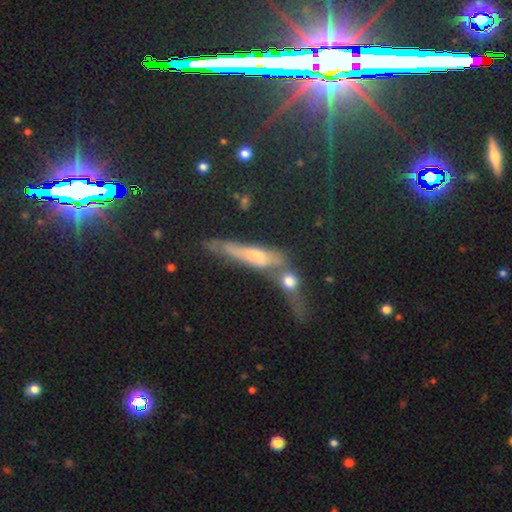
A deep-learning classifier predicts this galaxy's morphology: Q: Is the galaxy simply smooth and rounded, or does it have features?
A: smooth — 44%.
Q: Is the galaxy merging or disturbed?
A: none — 38%.